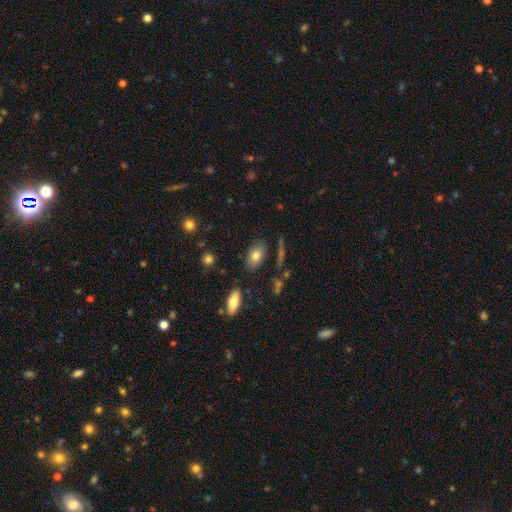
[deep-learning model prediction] smooth-or-featured: smooth: 79% | featured or disk: 13% | star or artifact: 8%
  how-rounded: in between: 89% | round: 9% | cigar-shaped: 2%
  merging: none: 79% | minor disturbance: 13% | merger: 4% | major disturbance: 4%